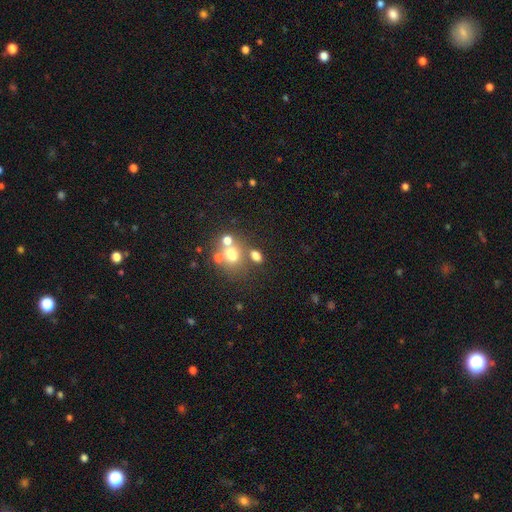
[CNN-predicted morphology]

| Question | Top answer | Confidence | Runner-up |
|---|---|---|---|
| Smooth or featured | smooth | 66% | star or artifact (19%) |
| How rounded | in between | 55% | round (43%) |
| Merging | none | 50% | merger (32%) |